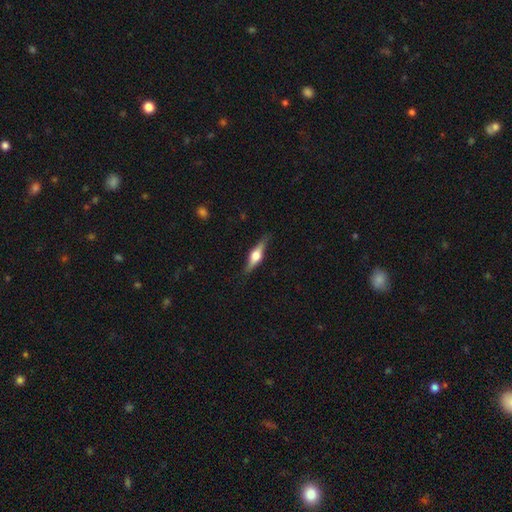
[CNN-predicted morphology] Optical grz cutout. It shows a featured or disk galaxy (65%) viewed edge-on (96%) with a rounded central bulge (94%). Merging: none (83%).